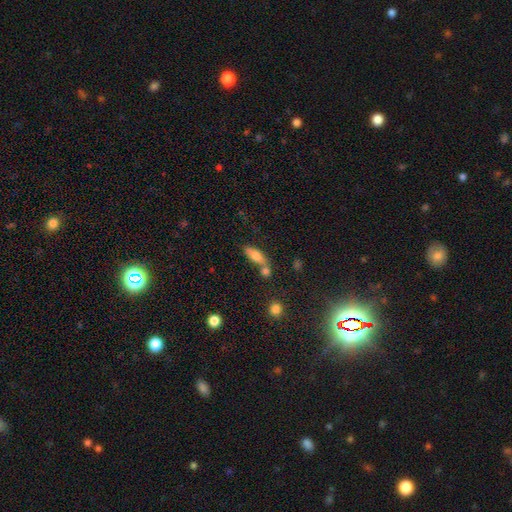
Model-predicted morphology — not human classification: smooth 69%, featured or disk 23%, star or artifact 8%. Down the decision tree: how rounded — in between (63%); merging — none (48%).